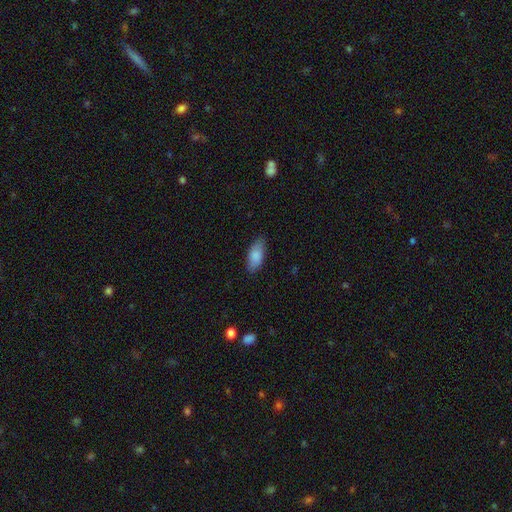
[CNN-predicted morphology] Q: Smooth or featured?
A: smooth (86%); runner-up: featured or disk (9%)
Q: How rounded?
A: in between (86%); runner-up: cigar-shaped (12%)
Q: Merging?
A: none (83%); runner-up: minor disturbance (14%)